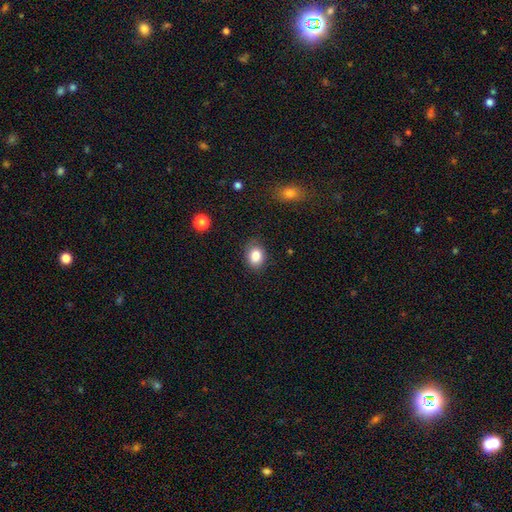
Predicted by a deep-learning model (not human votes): This appears to be a smooth galaxy with no disk features (84%) that is in between round and cigar-shaped (55%). Merging: none (83%).